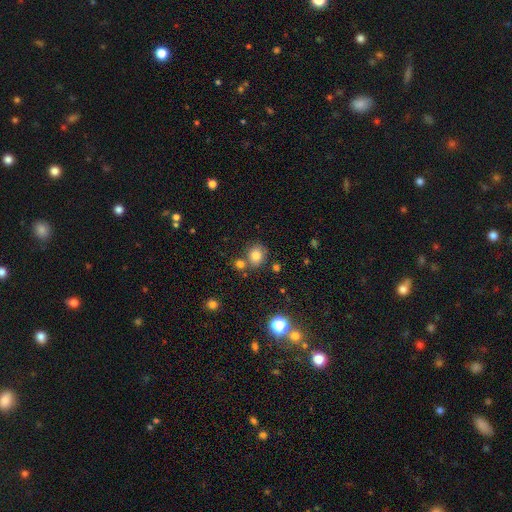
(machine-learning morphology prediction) Smooth or featured: smooth — 77% (star or artifact — 14%)
How rounded: round — 75% (in between — 24%)
Merging: none — 69% (merger — 16%)